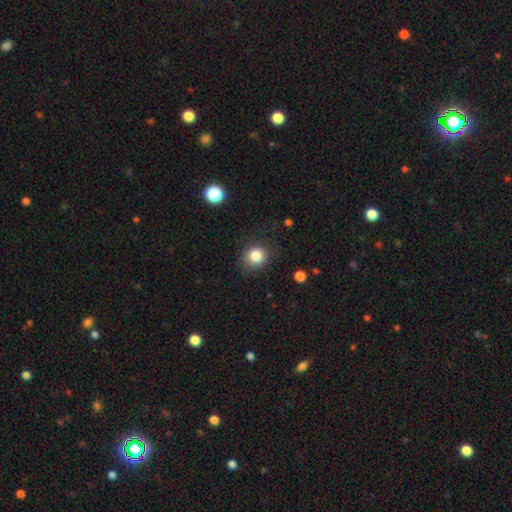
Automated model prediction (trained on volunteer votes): smooth-or-featured: smooth: 83% | star or artifact: 11% | featured or disk: 6%
  how-rounded: round: 80% | in between: 19% | cigar-shaped: 1%
  merging: none: 83% | minor disturbance: 12% | major disturbance: 4% | merger: 1%